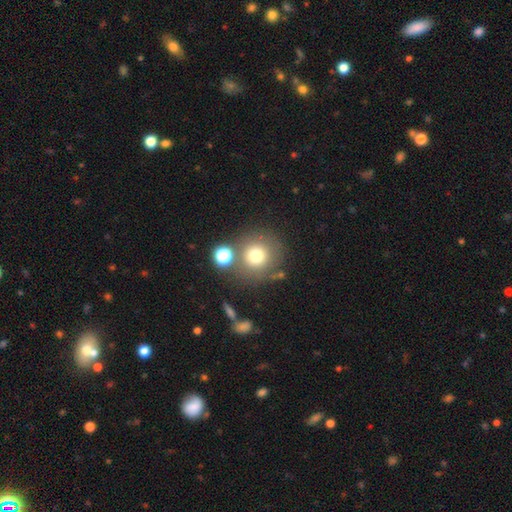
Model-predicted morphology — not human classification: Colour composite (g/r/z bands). It shows a smooth galaxy with no disk features (74%) that is round (93%). Merging: none (73%).